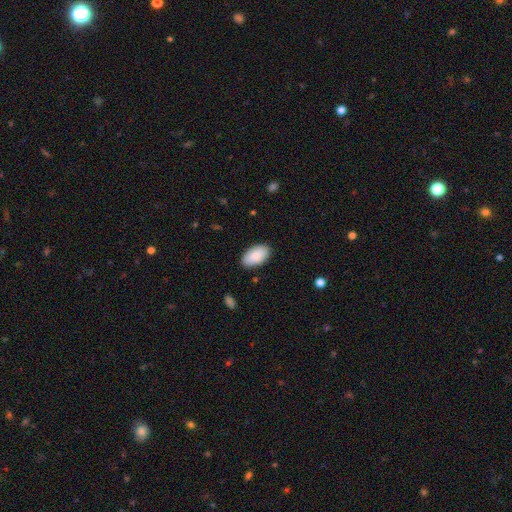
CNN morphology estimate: type=smooth (90%); roundness=in between (96%); merging=none (88%).